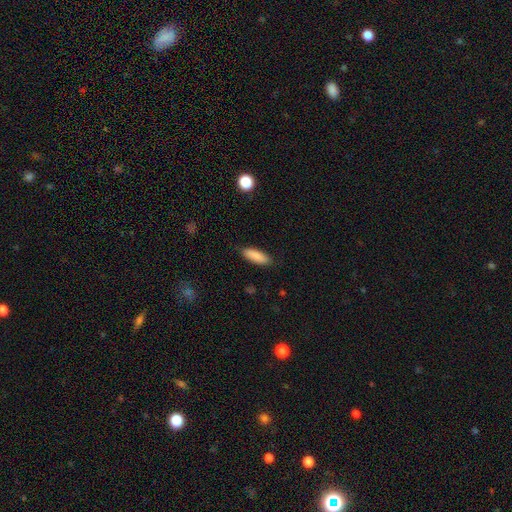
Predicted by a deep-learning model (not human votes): A smooth galaxy with no disk features (87%) that is in between round and cigar-shaped (64%).

Vote fractions:
- Smooth or featured? smooth: 87% / star or artifact: 6% / featured or disk: 6%
- How rounded? in between: 64% / cigar-shaped: 34% / round: 2%
- Merging? none: 85% / minor disturbance: 12% / major disturbance: 2% / merger: 1%